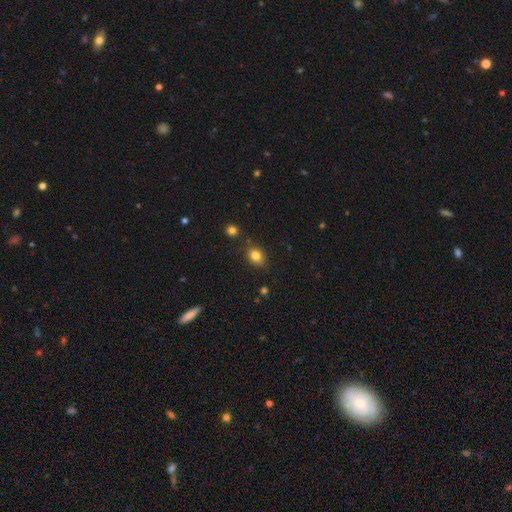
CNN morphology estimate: smooth-or-featured: smooth: 81% | star or artifact: 12% | featured or disk: 8%
  how-rounded: in between: 54% | round: 45% | cigar-shaped: 1%
  merging: none: 78% | minor disturbance: 14% | merger: 5% | major disturbance: 3%